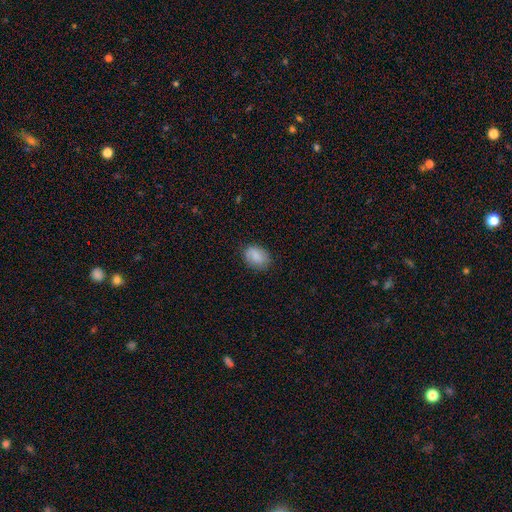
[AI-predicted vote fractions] A smooth galaxy with no disk features (84%) that is in between round and cigar-shaped (73%). Merging: none (79%).